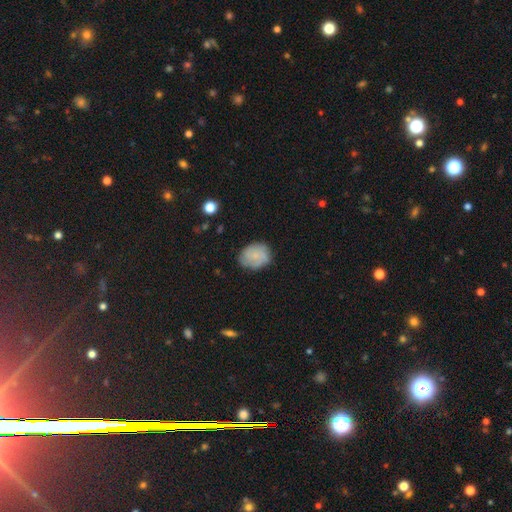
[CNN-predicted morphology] Overall: smooth (53%; featured or disk 39%). How rounded: round (52%; in between 47%). Merging: none (74%).